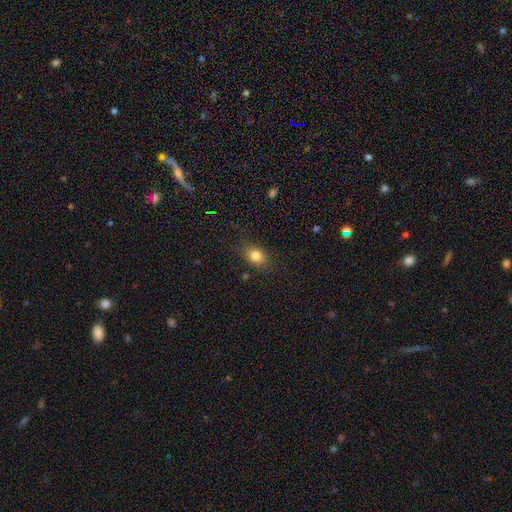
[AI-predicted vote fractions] Smooth or featured? Predicted: smooth (p=0.82). How rounded? Predicted: in between (p=0.58). Merging? Predicted: none (p=0.82).